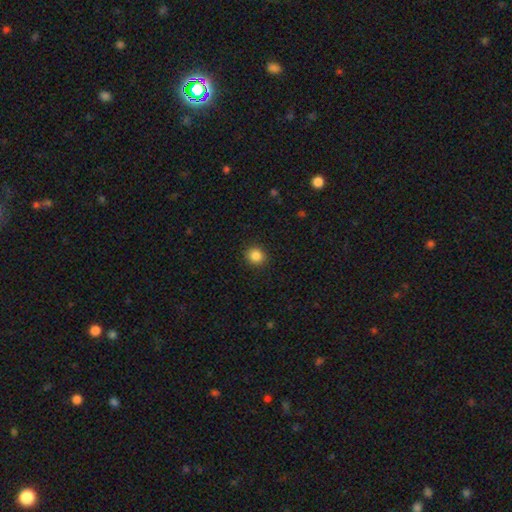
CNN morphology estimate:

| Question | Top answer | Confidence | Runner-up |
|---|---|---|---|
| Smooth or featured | smooth | 86% | star or artifact (11%) |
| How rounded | round | 88% | in between (11%) |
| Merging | none | 91% | minor disturbance (6%) |